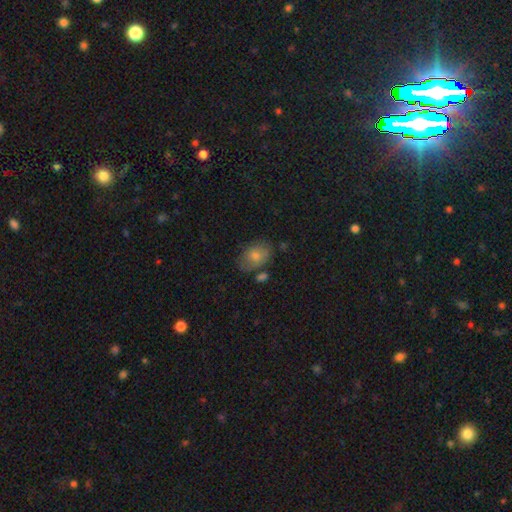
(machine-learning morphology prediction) Smooth or featured: smooth — 71% (featured or disk — 18%)
How rounded: in between — 77% (round — 22%)
Merging: none — 69% (minor disturbance — 19%)